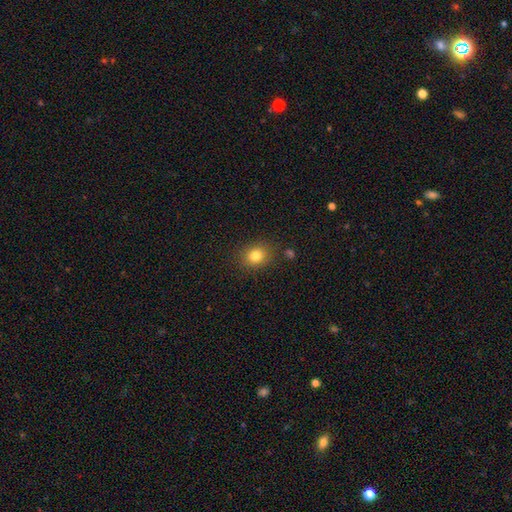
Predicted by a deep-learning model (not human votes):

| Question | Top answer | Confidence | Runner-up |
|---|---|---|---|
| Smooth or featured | smooth | 81% | star or artifact (12%) |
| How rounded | round | 63% | in between (36%) |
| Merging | none | 86% | minor disturbance (9%) |